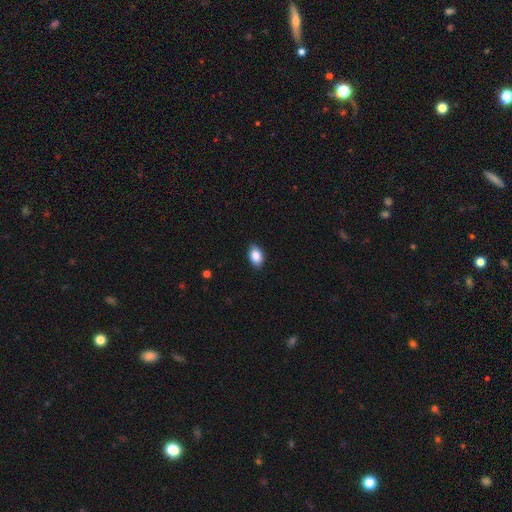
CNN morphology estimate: This appears to be a smooth galaxy with no disk features (88%) that is in between round and cigar-shaped (89%). Merging: none (85%).